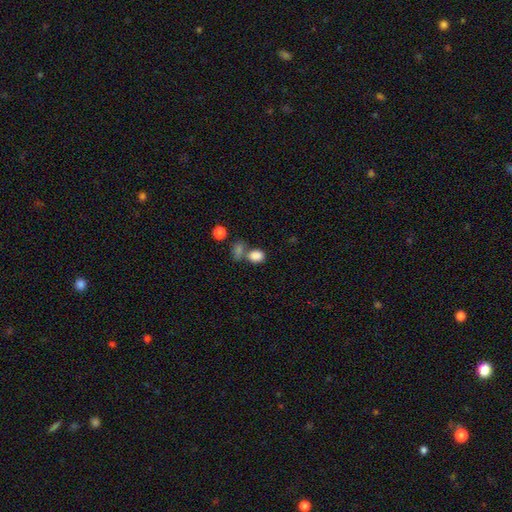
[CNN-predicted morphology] A smooth galaxy with no disk features (85%) that is in between round and cigar-shaped (66%).

Vote fractions:
- Smooth or featured? smooth: 85% / star or artifact: 10% / featured or disk: 5%
- How rounded? in between: 66% / round: 32% / cigar-shaped: 1%
- Merging? none: 47% / merger: 36% / minor disturbance: 11% / major disturbance: 5%